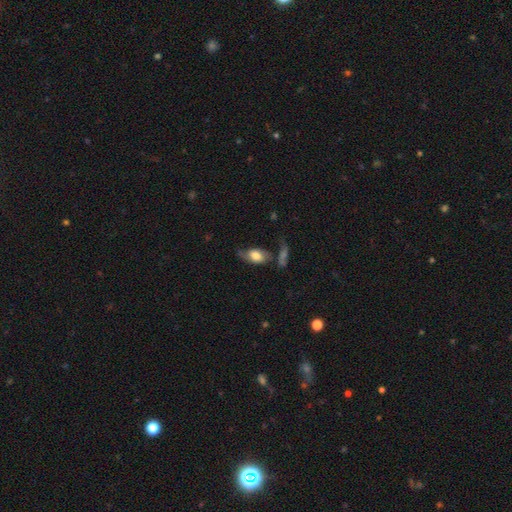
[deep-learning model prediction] smooth_or_featured: smooth (p=0.54) [alt: featured or disk p=0.39]
how_rounded: in between (p=0.88) [alt: round p=0.08]
merging: none (p=0.40) [alt: minor disturbance p=0.24]